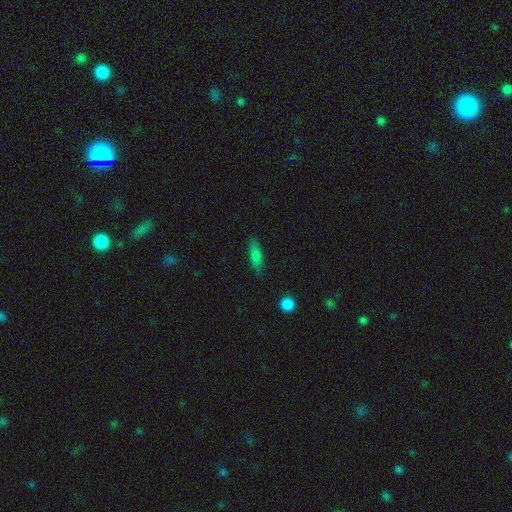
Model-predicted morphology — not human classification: Smooth or featured? smooth (79%)
How rounded? in between (51%)
Merging? none (82%)